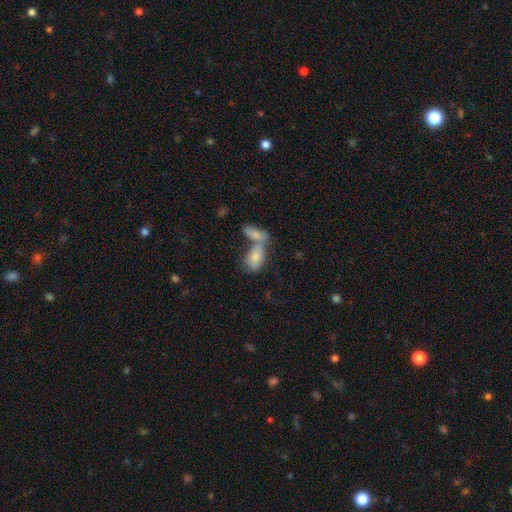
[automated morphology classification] The model was most divided on "merging": merger: 60%, none: 26%, minor disturbance: 9%, major disturbance: 5%. More confident: how rounded — in between (89%); smooth or featured — smooth (77%).